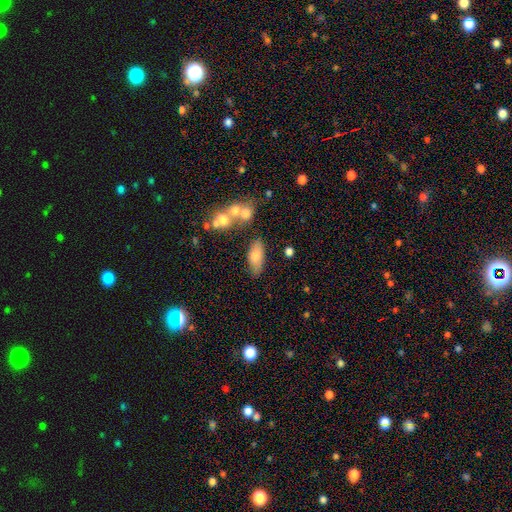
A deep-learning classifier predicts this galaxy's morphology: This is likely a smooth galaxy (73%). How rounded: clearly in between (84%). Merging: likely none (65%).